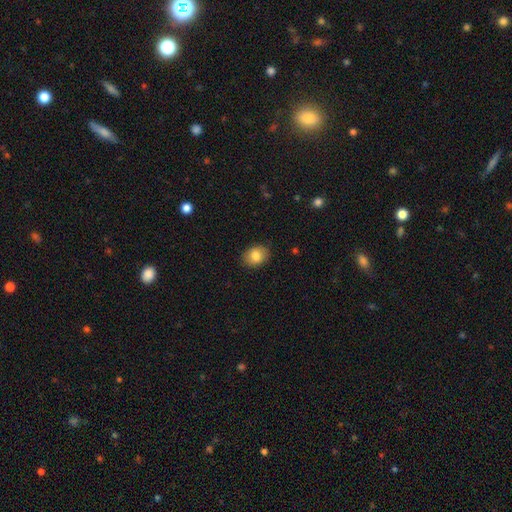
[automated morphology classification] type=smooth (83%); roundness=in between (60%); merging=none (87%).